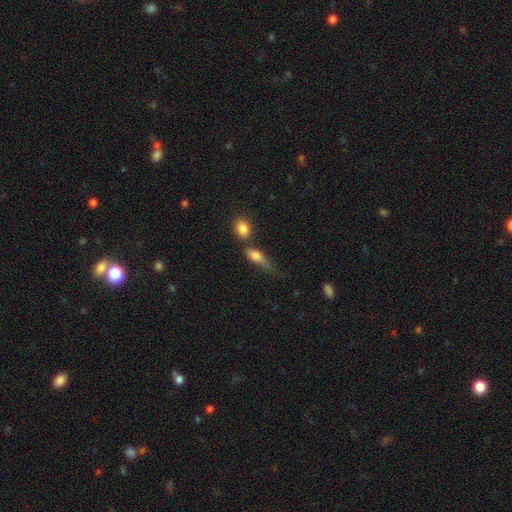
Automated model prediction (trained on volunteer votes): This is likely a smooth galaxy (73%). How rounded: likely in between (61%). Merging: marginally none (35%).